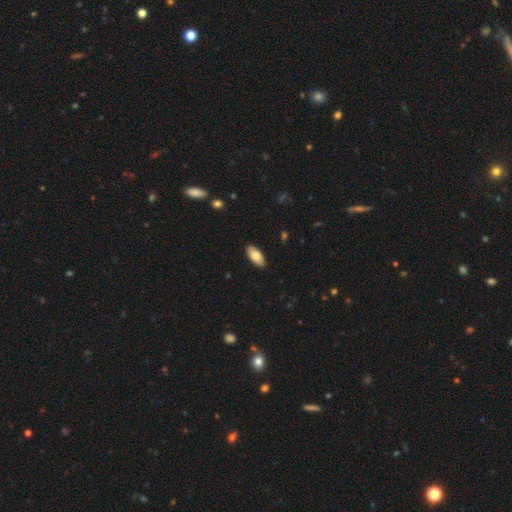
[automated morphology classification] A smooth galaxy with no disk features (84%) that is in between round and cigar-shaped (90%).

Vote fractions:
- Smooth or featured? smooth: 84% / featured or disk: 10% / star or artifact: 6%
- How rounded? in between: 90% / cigar-shaped: 8% / round: 2%
- Merging? none: 89% / minor disturbance: 8% / major disturbance: 2% / merger: 1%